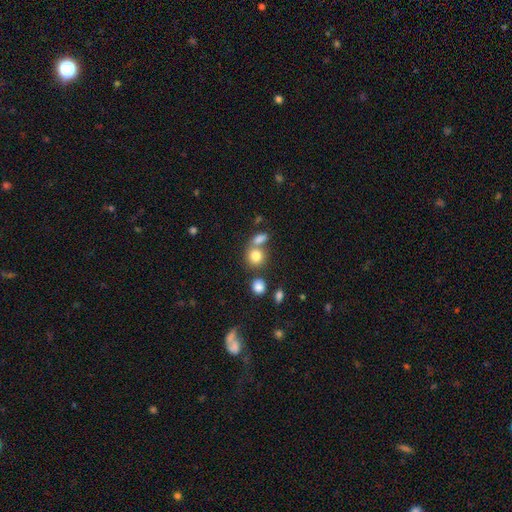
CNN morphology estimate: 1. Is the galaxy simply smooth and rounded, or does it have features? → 80% smooth, 11% star or artifact, 9% featured or disk.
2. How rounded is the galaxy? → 74% round, 25% in between, 1% cigar-shaped.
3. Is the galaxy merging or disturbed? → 49% none, 37% merger, 10% minor disturbance, 5% major disturbance.